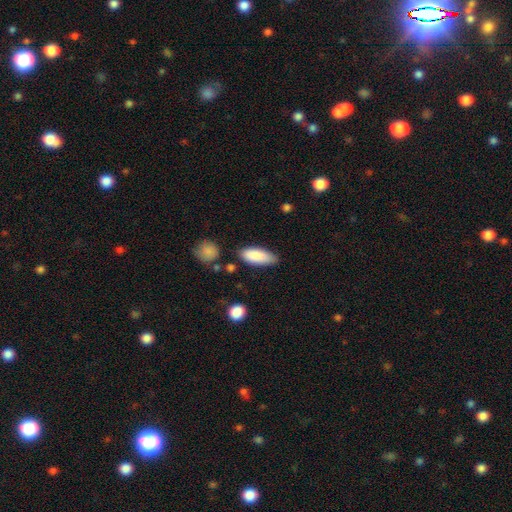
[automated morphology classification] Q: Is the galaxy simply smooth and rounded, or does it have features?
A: smooth — 87%.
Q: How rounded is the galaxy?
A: in between — 78%.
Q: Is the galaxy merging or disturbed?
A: none — 76%.